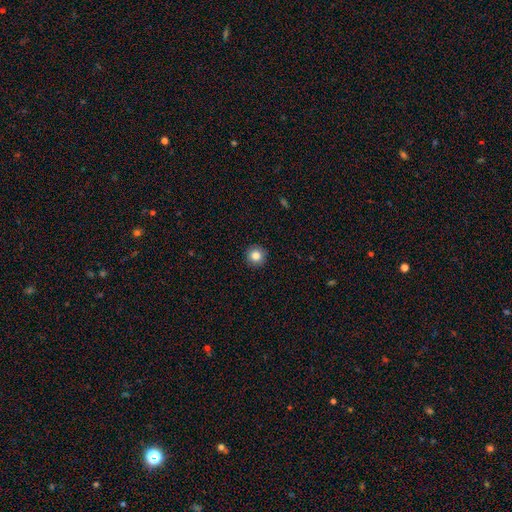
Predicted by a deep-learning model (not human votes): Smooth or featured? Predicted: smooth (p=0.83). How rounded? Predicted: round (p=0.95). Merging? Predicted: none (p=0.92).